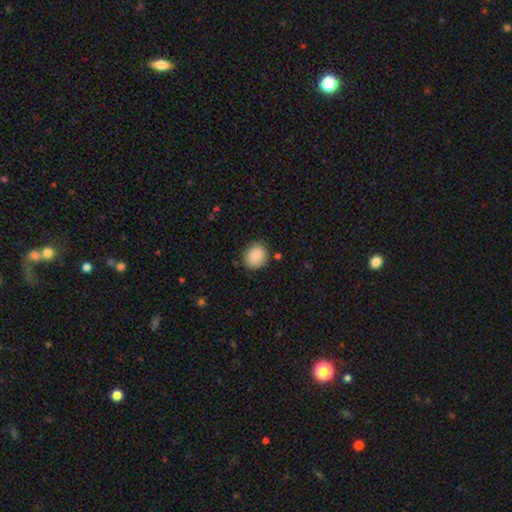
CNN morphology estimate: Overall: smooth (88%). How rounded: round (77%). Merging: none (84%).